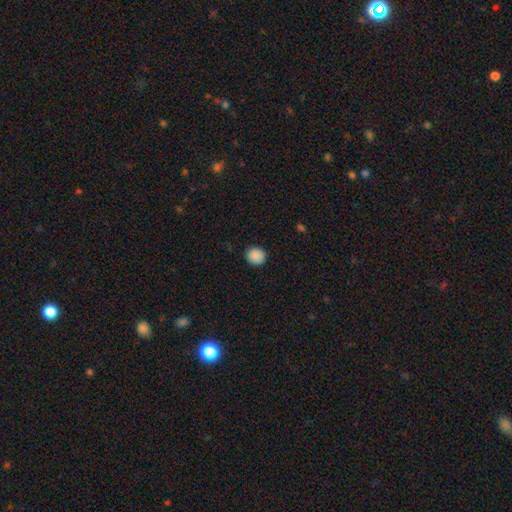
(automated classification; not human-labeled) Smooth or featured?
  - smooth: 89% *
  - star or artifact: 8%
  - featured or disk: 2%
How rounded?
  - round: 90% *
  - in between: 9%
  - cigar-shaped: 1%
Merging?
  - none: 91% *
  - minor disturbance: 6%
  - major disturbance: 2%
  - merger: 1%